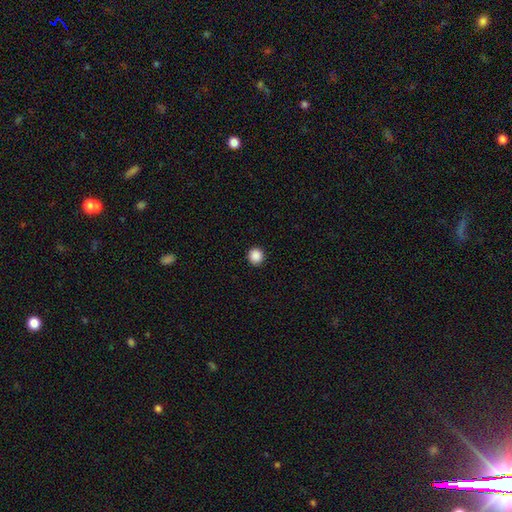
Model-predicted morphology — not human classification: The model was most divided on "smooth or featured": smooth: 88%, star or artifact: 10%, featured or disk: 2%. More confident: how rounded — round (94%); merging — none (92%).